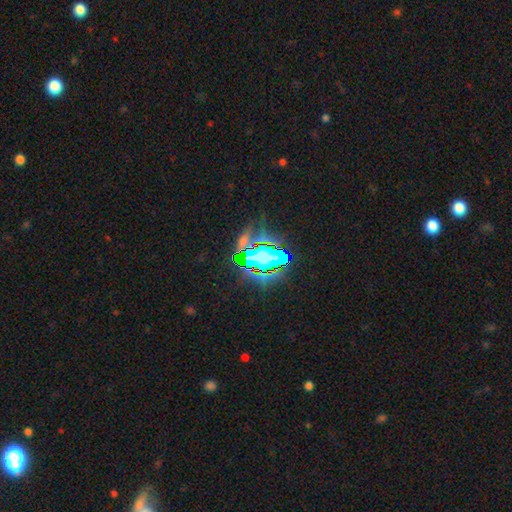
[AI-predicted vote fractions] Smooth or featured?
  - star or artifact: 70% *
  - featured or disk: 15%
  - smooth: 15%